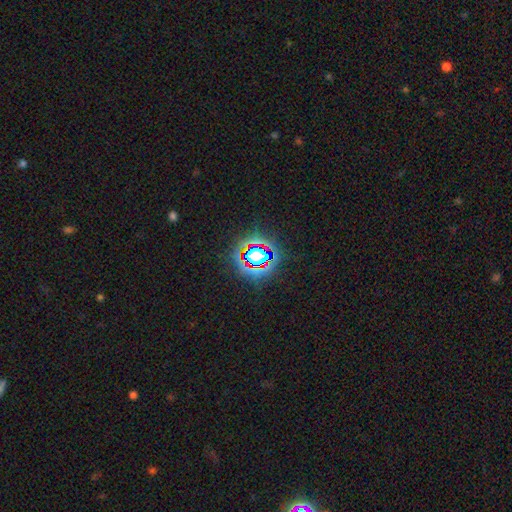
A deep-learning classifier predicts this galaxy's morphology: This appears to be a star or artifact, not a galaxy (69%).